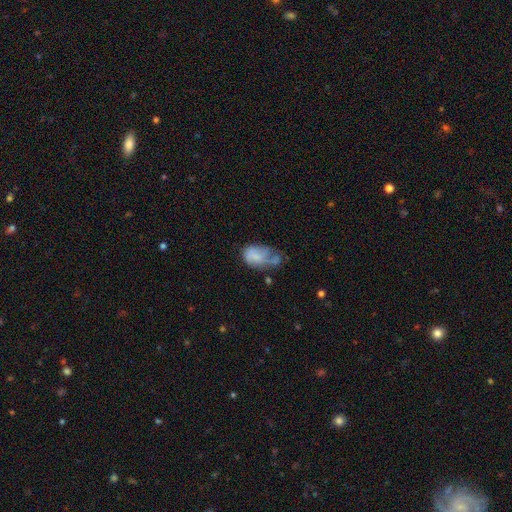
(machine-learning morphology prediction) Q: Smooth or featured?
A: smooth (63%); runner-up: featured or disk (28%)
Q: How rounded?
A: in between (85%); runner-up: round (14%)
Q: Merging?
A: major disturbance (31%); runner-up: minor disturbance (29%)